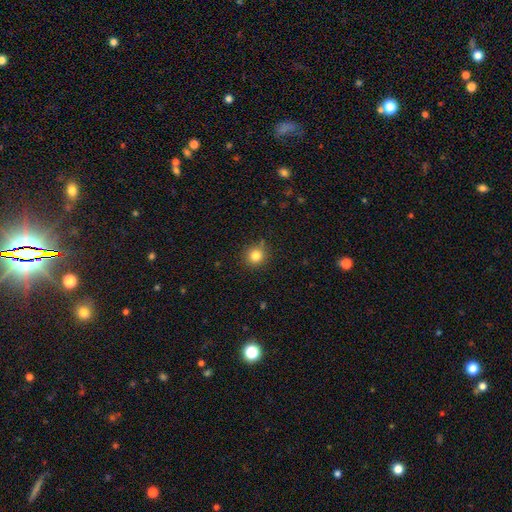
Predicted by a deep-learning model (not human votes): A smooth galaxy with no disk features (82%) that is round (91%).

Vote fractions:
- Smooth or featured? smooth: 82% / star or artifact: 12% / featured or disk: 6%
- How rounded? round: 91% / in between: 8% / cigar-shaped: 1%
- Merging? none: 83% / minor disturbance: 12% / major disturbance: 3% / merger: 2%